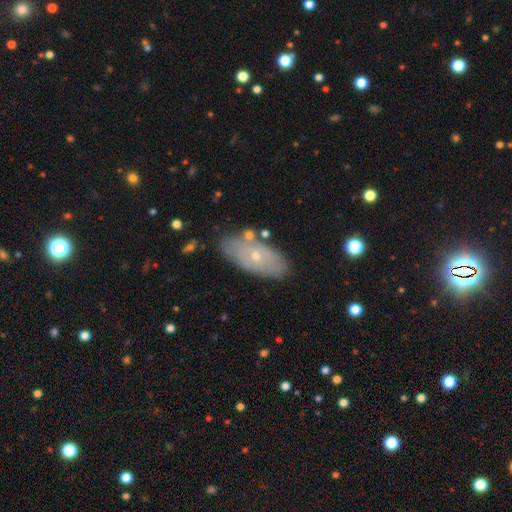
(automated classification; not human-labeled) Smooth or featured?
  - featured or disk: 47% *
  - smooth: 45%
  - star or artifact: 7%
Merging?
  - none: 77% *
  - minor disturbance: 16%
  - merger: 4%
  - major disturbance: 3%